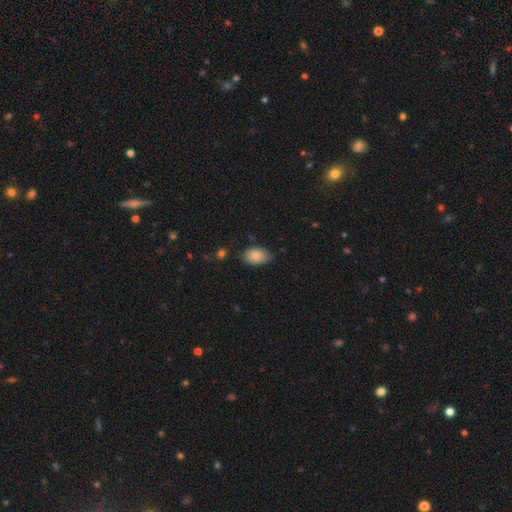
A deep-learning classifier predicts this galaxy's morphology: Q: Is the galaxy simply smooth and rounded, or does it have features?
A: smooth — 85%.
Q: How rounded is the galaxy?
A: in between — 90%.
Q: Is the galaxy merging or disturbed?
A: none — 74%.